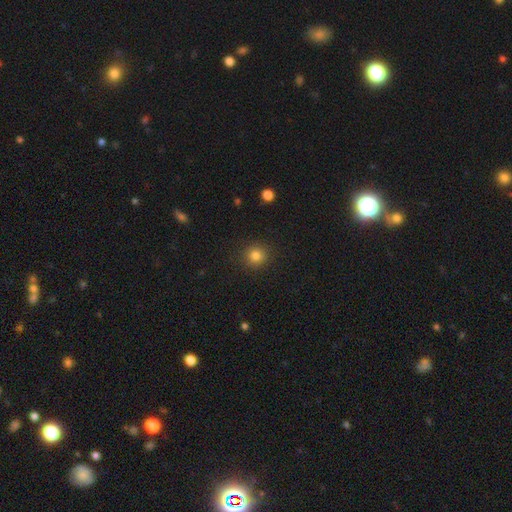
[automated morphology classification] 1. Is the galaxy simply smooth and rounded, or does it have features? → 82% smooth, 12% star or artifact, 6% featured or disk.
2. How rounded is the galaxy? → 91% round, 8% in between, 1% cigar-shaped.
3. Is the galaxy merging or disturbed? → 90% none, 7% minor disturbance, 2% major disturbance, 1% merger.